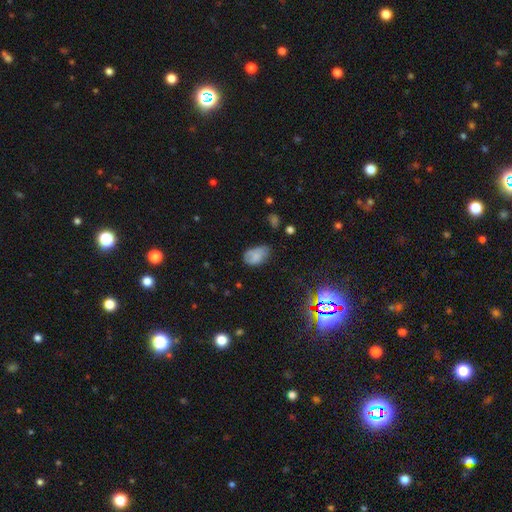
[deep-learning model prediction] smooth 75%, featured or disk 13%, star or artifact 12%. Down the decision tree: how rounded — in between (90%); merging — none (46%).